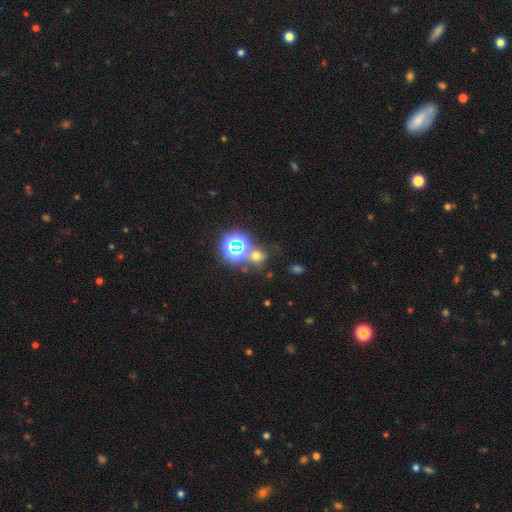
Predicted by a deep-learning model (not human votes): A smooth galaxy with no disk features (50%). Merging: none (66%).